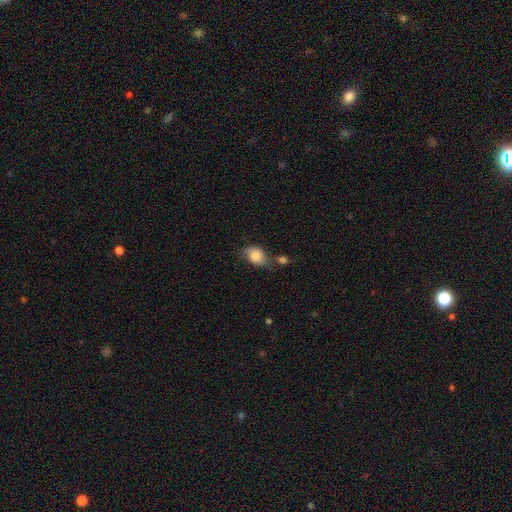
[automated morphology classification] A smooth galaxy with no disk features (81%) that is in between round and cigar-shaped (64%). Merging: none (41%).